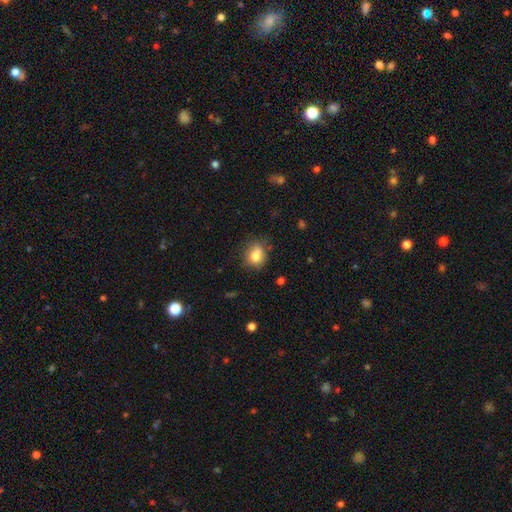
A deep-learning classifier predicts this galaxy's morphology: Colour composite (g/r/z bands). It shows a smooth galaxy with no disk features (78%) that is round (63%). Merging: none (68%).